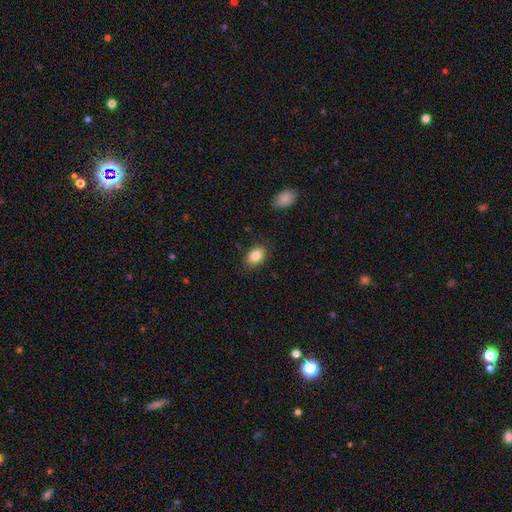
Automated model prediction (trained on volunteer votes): Q: Smooth or featured?
A: smooth (84%); runner-up: featured or disk (8%)
Q: How rounded?
A: in between (84%); runner-up: round (15%)
Q: Merging?
A: none (86%); runner-up: minor disturbance (10%)